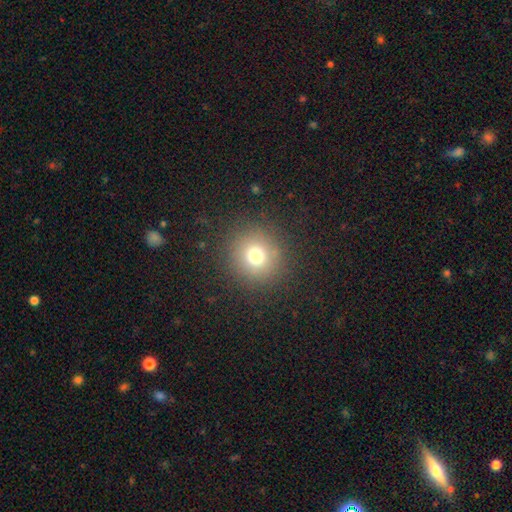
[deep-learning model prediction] Overall: smooth (73%). How rounded: round (92%). Merging: none (88%).